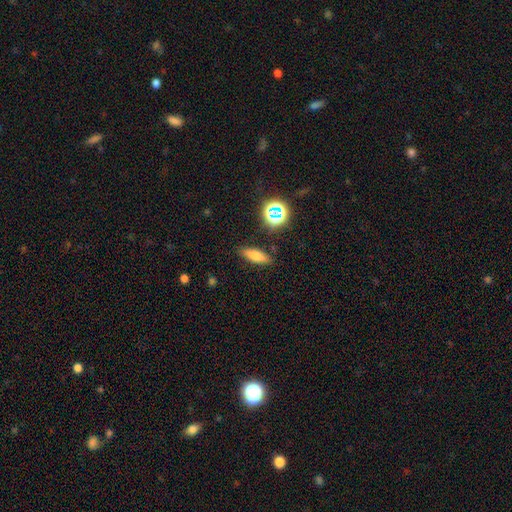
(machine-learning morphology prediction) Smooth or featured?
  - smooth: 73% *
  - star or artifact: 14%
  - featured or disk: 13%
How rounded?
  - in between: 52% *
  - cigar-shaped: 44%
  - round: 5%
Merging?
  - none: 85% *
  - minor disturbance: 10%
  - major disturbance: 3%
  - merger: 2%